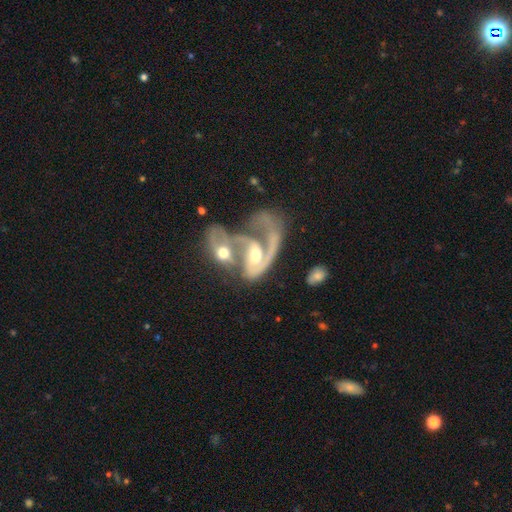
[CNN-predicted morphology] The model was most divided on "bar": no: 42%, weak: 39%, strong: 19%. Remaining: edge-on disk — no (96%); spiral arms — yes (90%); smooth or featured — featured or disk (82%); merging — merger (76%); bulge size — moderate (66%); spiral arm count — 2 (48%); spiral winding — medium (41%).